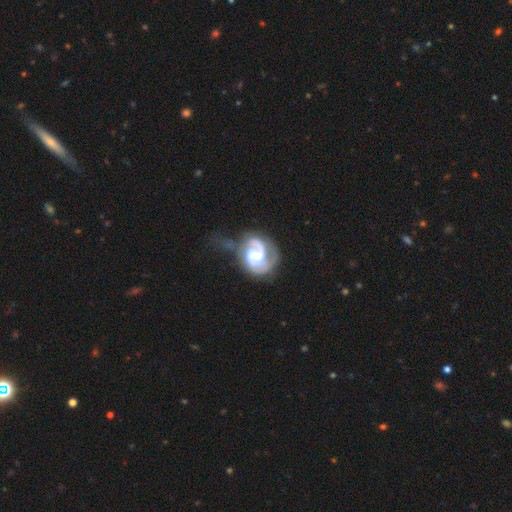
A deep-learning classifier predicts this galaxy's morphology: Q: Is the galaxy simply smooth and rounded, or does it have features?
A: featured or disk — 88%.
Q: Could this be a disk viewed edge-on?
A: no — 98%.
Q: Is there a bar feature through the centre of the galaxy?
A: weak — 54%.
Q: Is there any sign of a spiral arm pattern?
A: yes — 97%.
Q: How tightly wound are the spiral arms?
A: medium — 50%.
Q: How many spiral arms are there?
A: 2 — 78%.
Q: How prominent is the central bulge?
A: moderate — 48%.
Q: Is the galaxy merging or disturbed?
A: none — 44%.